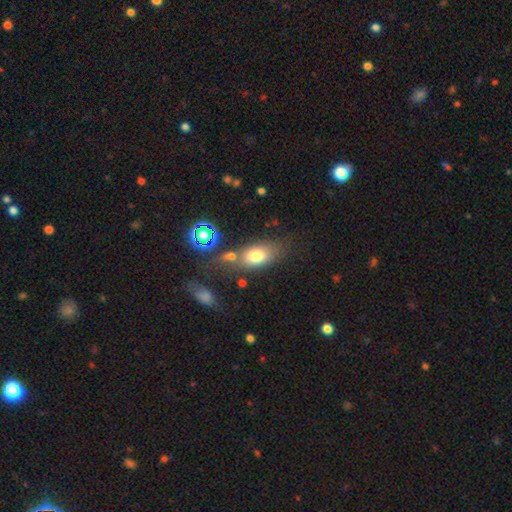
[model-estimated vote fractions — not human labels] Overall: smooth (73%). How rounded: in between (82%). Merging: none (60%).